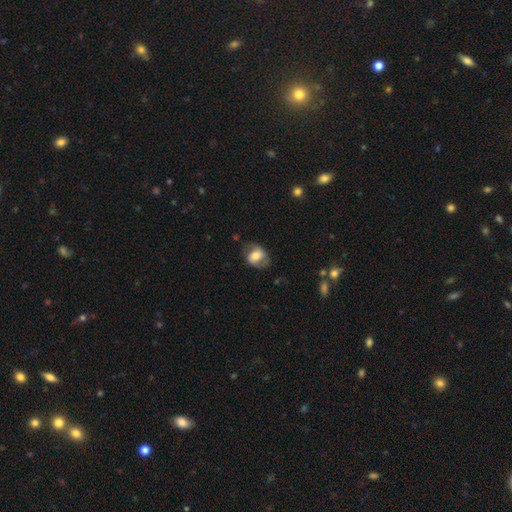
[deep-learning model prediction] This appears to be a smooth galaxy with no disk features (61%) that is in between round and cigar-shaped (63%). Merging: none (59%).